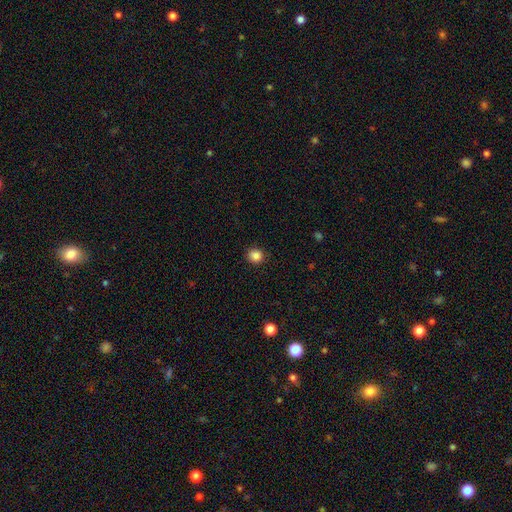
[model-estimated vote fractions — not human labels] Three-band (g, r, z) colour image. It shows a smooth galaxy with no disk features (86%) that is round (88%). Merging: none (91%).